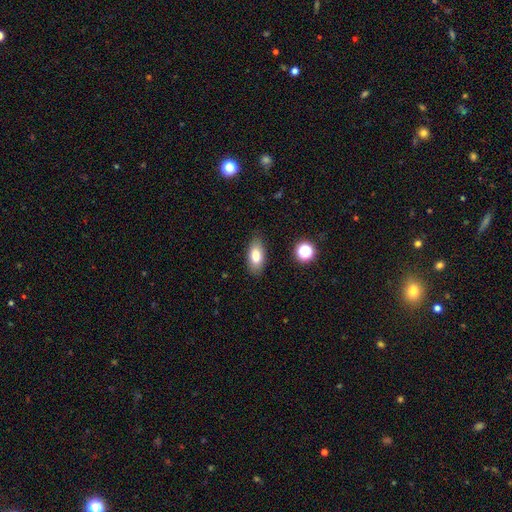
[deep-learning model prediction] Morphology: type=smooth (80%); roundness=in between (88%); merging=none (85%).